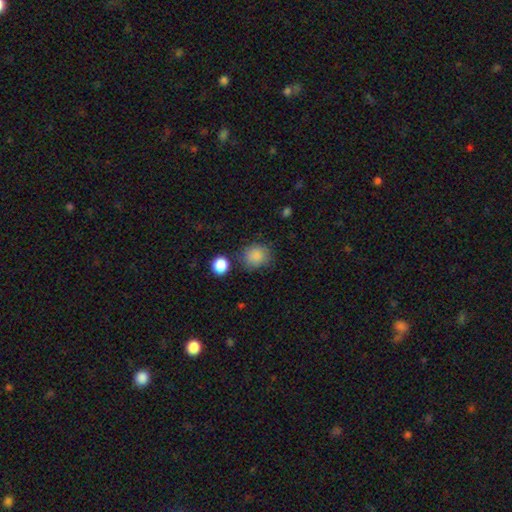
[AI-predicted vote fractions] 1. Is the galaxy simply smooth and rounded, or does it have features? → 85% smooth, 10% star or artifact, 5% featured or disk.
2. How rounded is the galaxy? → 80% round, 19% in between, 1% cigar-shaped.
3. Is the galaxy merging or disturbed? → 75% none, 15% minor disturbance, 5% merger, 5% major disturbance.